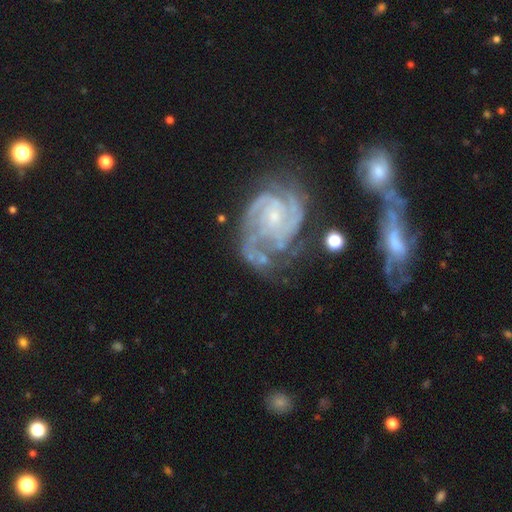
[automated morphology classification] Overall: featured or disk (89%). Edge-on disk: no (98%). Bar: no (63%; weak 30%). Spiral arms: yes (97%). Spiral arm count: 2 (32%; 3 27%). Spiral winding: tight (60%; medium 33%). Bulge size: small (68%). Merging: none (52%; minor disturbance 23%).